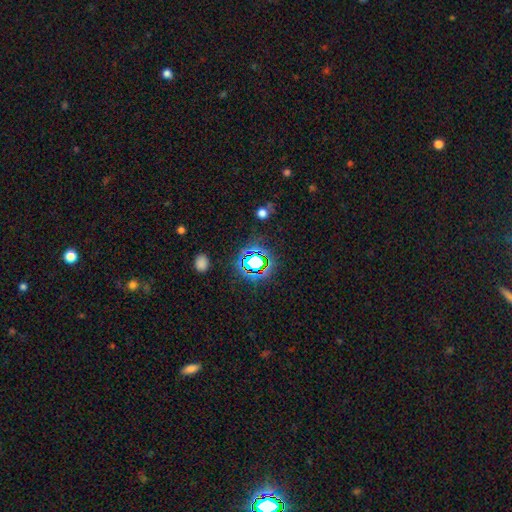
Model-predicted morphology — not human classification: Q: Smooth or featured?
A: star or artifact (73%); runner-up: smooth (18%)